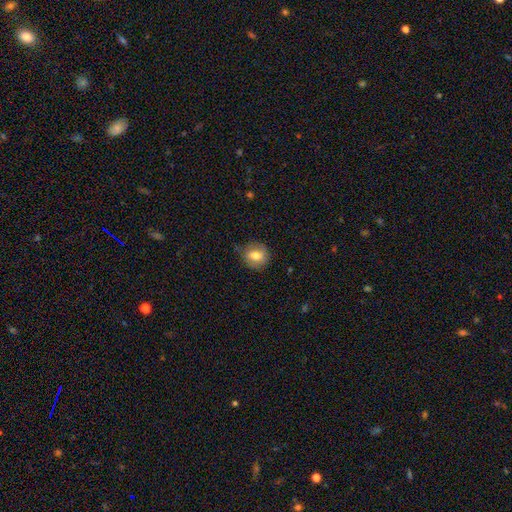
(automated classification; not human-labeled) smooth-or-featured: smooth: 71% | featured or disk: 21% | star or artifact: 9%
  how-rounded: round: 75% | in between: 24% | cigar-shaped: 1%
  merging: none: 73% | minor disturbance: 20% | major disturbance: 5% | merger: 1%